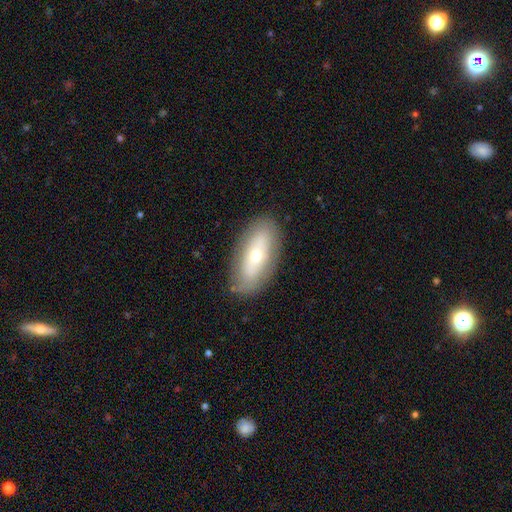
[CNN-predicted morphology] smooth-or-featured: smooth: 54% | featured or disk: 39% | star or artifact: 7%
  how-rounded: in between: 83% | cigar-shaped: 13% | round: 4%
  merging: none: 84% | minor disturbance: 11% | major disturbance: 4% | merger: 1%